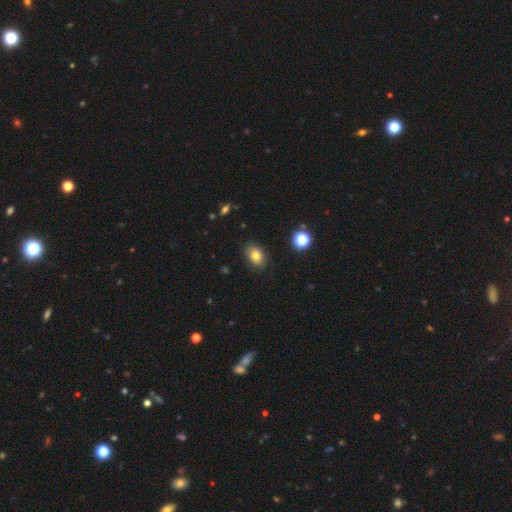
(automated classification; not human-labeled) Smooth or featured?
  - smooth: 80% *
  - star or artifact: 11%
  - featured or disk: 9%
How rounded?
  - in between: 80% *
  - round: 19%
  - cigar-shaped: 1%
Merging?
  - none: 85% *
  - minor disturbance: 11%
  - major disturbance: 3%
  - merger: 1%